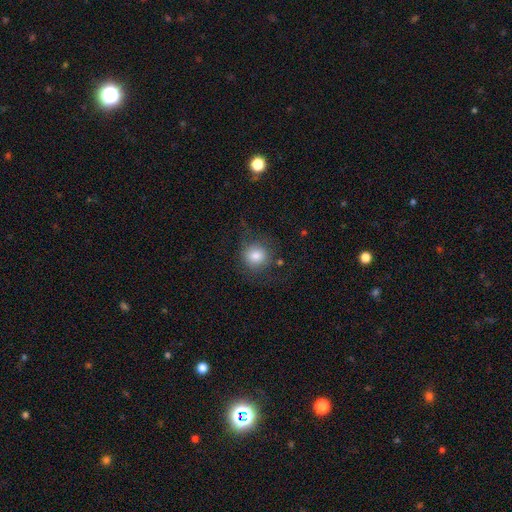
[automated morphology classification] A smooth galaxy with no disk features (78%) that is round (87%). Merging: none (69%).